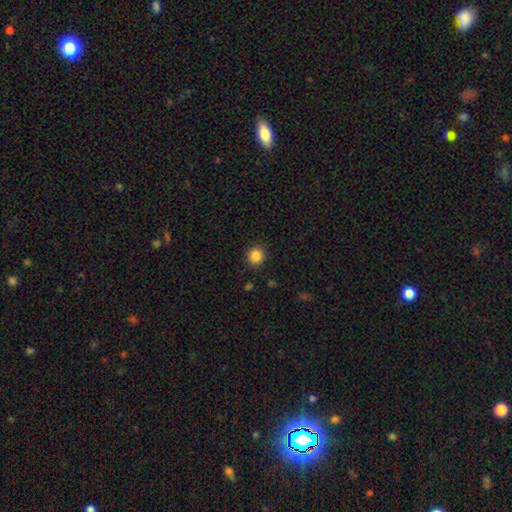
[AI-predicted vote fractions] The model was most divided on "smooth or featured": smooth: 86%, star or artifact: 10%, featured or disk: 4%. More confident: how rounded — round (90%); merging — none (90%).